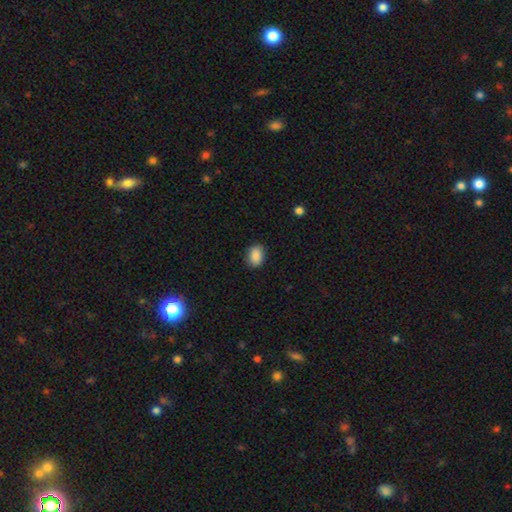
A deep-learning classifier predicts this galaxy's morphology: This appears to be a smooth galaxy with no disk features (88%) that is in between round and cigar-shaped (74%). Merging: none (87%).